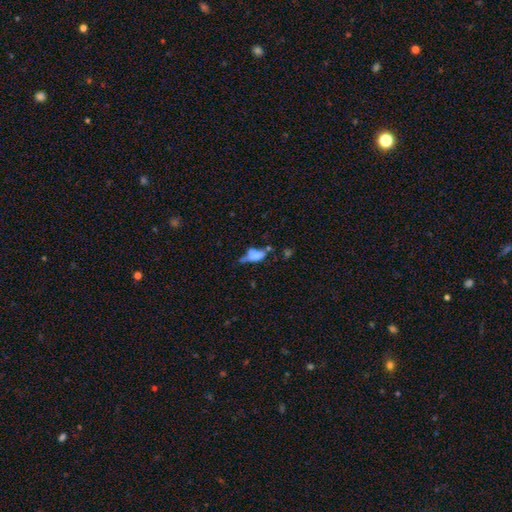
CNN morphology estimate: smooth_or_featured: smooth (p=0.55) [alt: featured or disk p=0.34]
how_rounded: in between (p=0.75) [alt: cigar-shaped p=0.18]
merging: none (p=0.34) [alt: minor disturbance p=0.25]